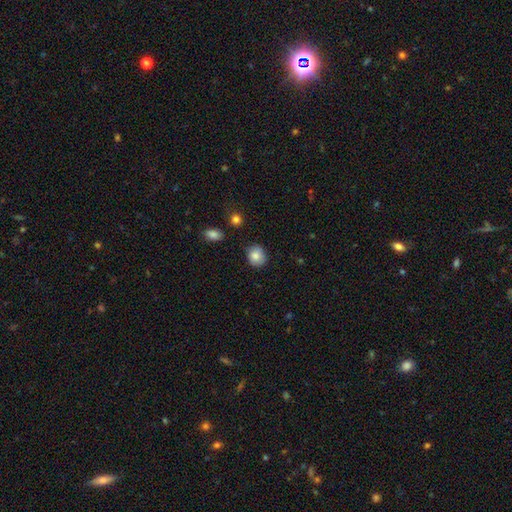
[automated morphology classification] Q: Smooth or featured?
A: smooth (84%); runner-up: star or artifact (8%)
Q: How rounded?
A: round (75%); runner-up: in between (25%)
Q: Merging?
A: none (83%); runner-up: minor disturbance (13%)